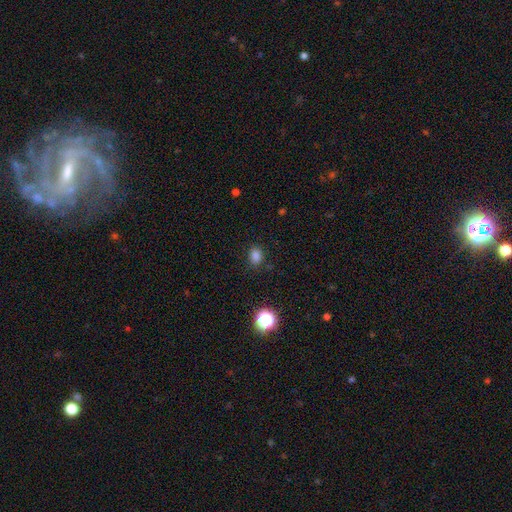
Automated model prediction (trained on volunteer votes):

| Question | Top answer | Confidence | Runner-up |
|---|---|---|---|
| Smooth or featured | smooth | 81% | star or artifact (16%) |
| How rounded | in between | 59% | round (40%) |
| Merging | none | 83% | minor disturbance (12%) |